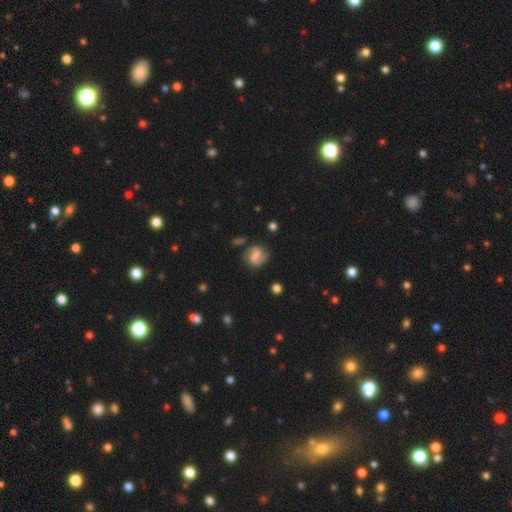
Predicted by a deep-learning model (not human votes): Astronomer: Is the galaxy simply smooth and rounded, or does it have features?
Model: featured or disk — 66%.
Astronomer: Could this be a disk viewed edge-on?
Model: no — 97%.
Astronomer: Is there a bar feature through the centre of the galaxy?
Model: weak — 45% (runner-up: strong, 33%).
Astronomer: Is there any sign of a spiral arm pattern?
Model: yes — 91%.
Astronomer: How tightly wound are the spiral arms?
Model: medium — 45% (runner-up: loose, 33%).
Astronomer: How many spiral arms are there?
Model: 2 — 84%.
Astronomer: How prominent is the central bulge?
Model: none — 37% (runner-up: small, 29%).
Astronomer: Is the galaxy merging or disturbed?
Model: none — 71%.